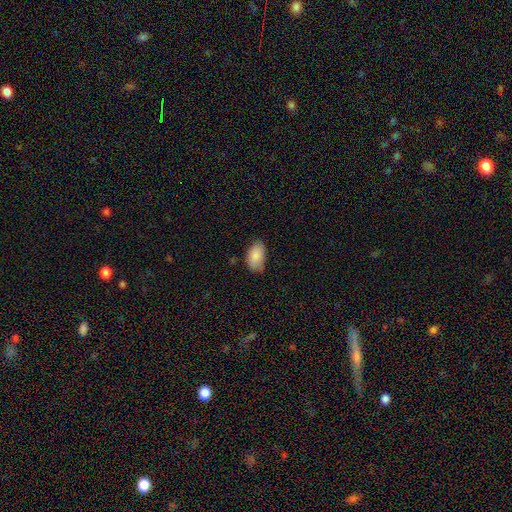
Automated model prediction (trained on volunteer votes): Smooth or featured?
  - smooth: 87% *
  - star or artifact: 7%
  - featured or disk: 6%
How rounded?
  - in between: 93% *
  - round: 5%
  - cigar-shaped: 1%
Merging?
  - none: 68% *
  - minor disturbance: 27%
  - major disturbance: 4%
  - merger: 1%